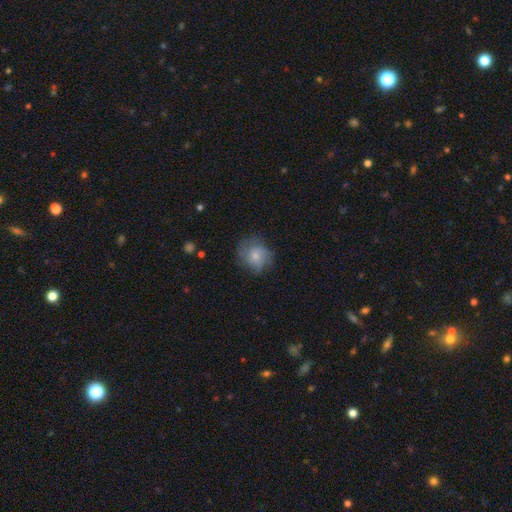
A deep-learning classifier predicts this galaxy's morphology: smooth_or_featured: smooth (p=0.66) [alt: featured or disk p=0.26]
how_rounded: round (p=0.78) [alt: in between p=0.21]
merging: none (p=0.63) [alt: minor disturbance p=0.25]